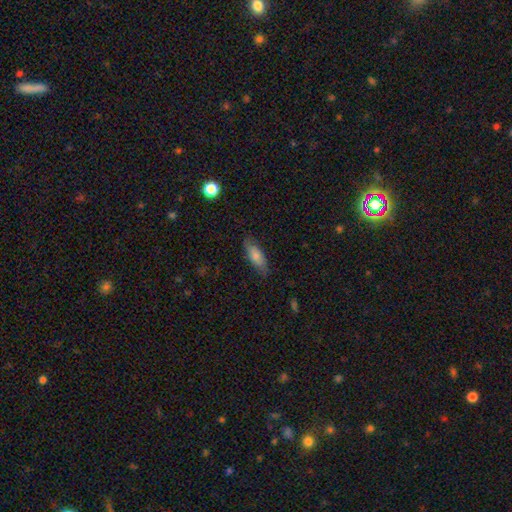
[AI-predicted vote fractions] Overall: smooth (69%). How rounded: in between (66%; cigar-shaped 31%). Merging: none (80%).